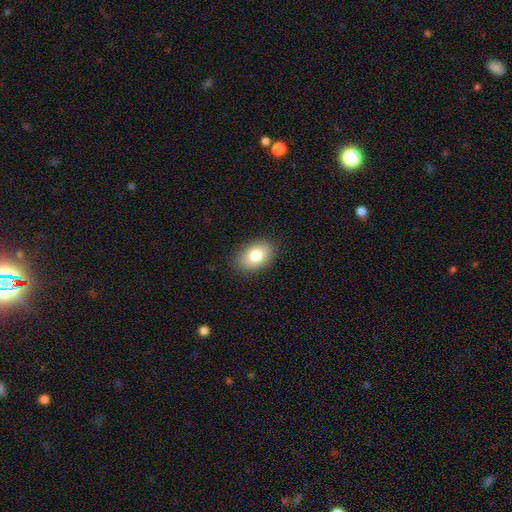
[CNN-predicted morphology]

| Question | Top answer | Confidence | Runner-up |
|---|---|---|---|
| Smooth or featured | smooth | 80% | featured or disk (12%) |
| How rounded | in between | 85% | round (13%) |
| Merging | none | 88% | minor disturbance (9%) |